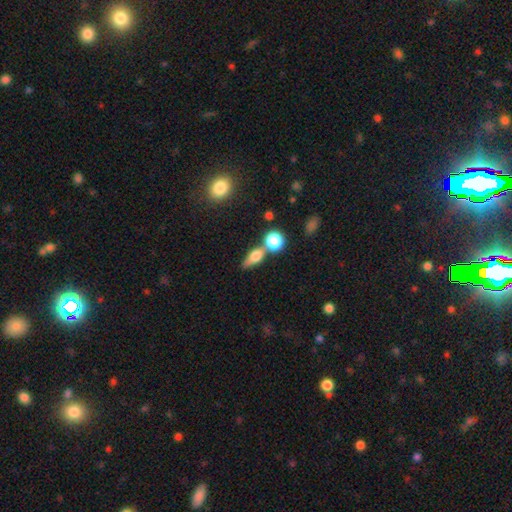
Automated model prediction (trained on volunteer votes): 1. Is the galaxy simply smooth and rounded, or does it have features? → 61% smooth, 27% featured or disk, 13% star or artifact.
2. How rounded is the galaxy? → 50% in between, 26% round, 24% cigar-shaped.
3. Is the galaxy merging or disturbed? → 50% none, 32% merger, 12% minor disturbance, 6% major disturbance.